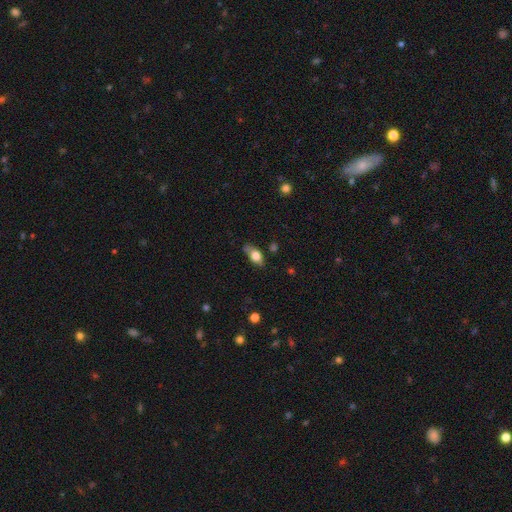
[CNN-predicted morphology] Overall: smooth (74%). How rounded: in between (83%). Merging: none (62%; minor disturbance 27%).